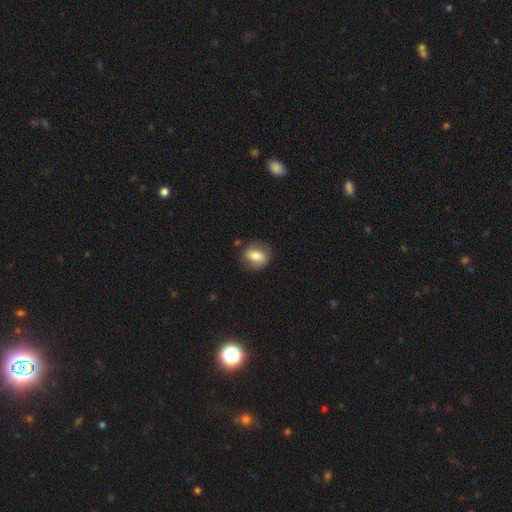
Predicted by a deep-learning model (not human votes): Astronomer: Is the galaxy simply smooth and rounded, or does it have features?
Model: smooth — 73%.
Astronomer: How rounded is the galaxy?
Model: in between — 50% (runner-up: round, 48%).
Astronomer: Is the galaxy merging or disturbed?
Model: none — 79%.